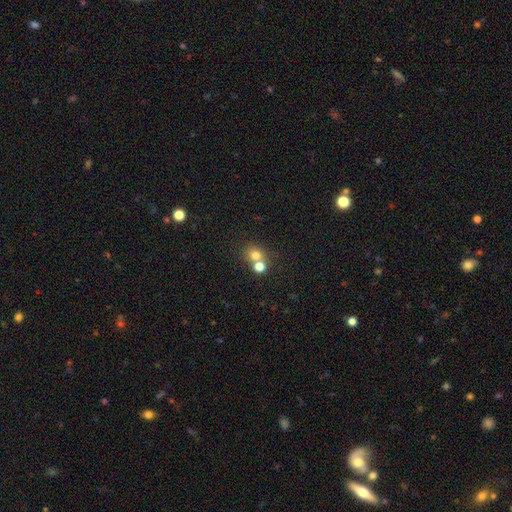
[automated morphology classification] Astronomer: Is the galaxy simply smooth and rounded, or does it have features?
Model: smooth — 74%.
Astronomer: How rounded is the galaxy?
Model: round — 79%.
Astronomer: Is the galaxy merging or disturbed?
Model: none — 49% (runner-up: merger, 42%).